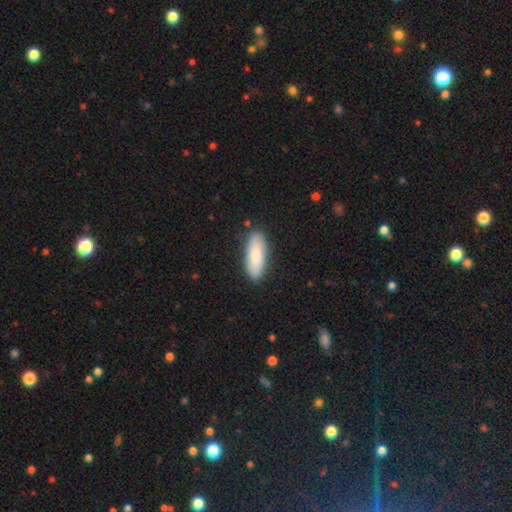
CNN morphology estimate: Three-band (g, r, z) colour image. It shows a smooth galaxy with no disk features (83%) that is in between round and cigar-shaped (65%). Merging: none (87%).